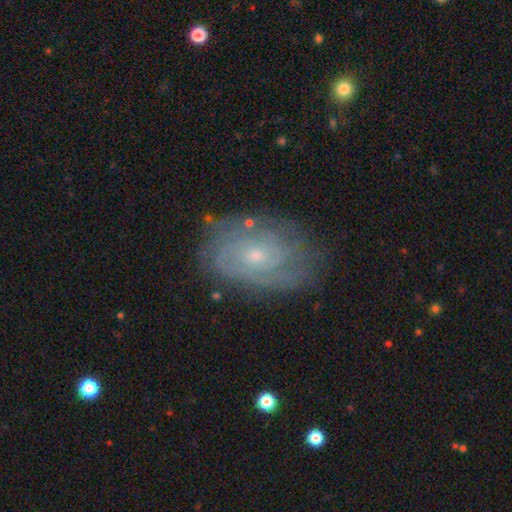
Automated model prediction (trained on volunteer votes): A featured or disk galaxy (80%) with no bar (75%), tight (70%) spiral arms (93%) and a small central bulge (69%). Merging: none (77%).